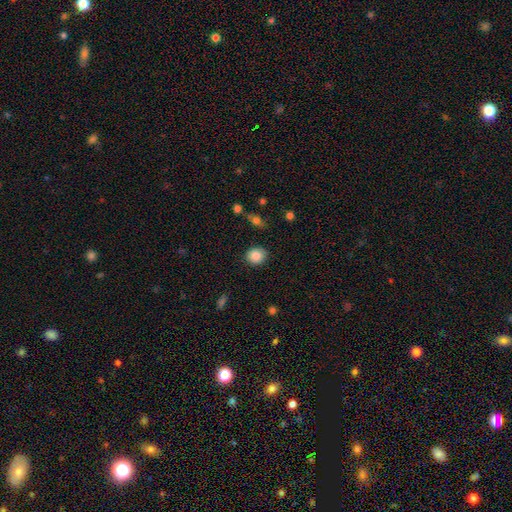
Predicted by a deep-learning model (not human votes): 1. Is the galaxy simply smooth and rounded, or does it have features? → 86% smooth, 9% star or artifact, 5% featured or disk.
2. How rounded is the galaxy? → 78% round, 21% in between, 1% cigar-shaped.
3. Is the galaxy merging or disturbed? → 87% none, 9% minor disturbance, 2% major disturbance, 2% merger.